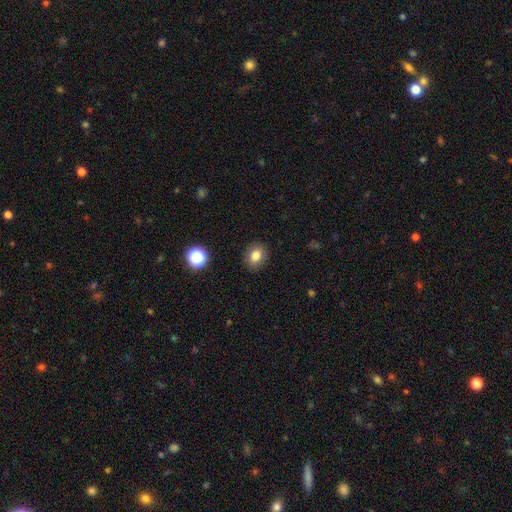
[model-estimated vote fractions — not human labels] A smooth galaxy with no disk features (81%) that is round (53%). Merging: none (89%).